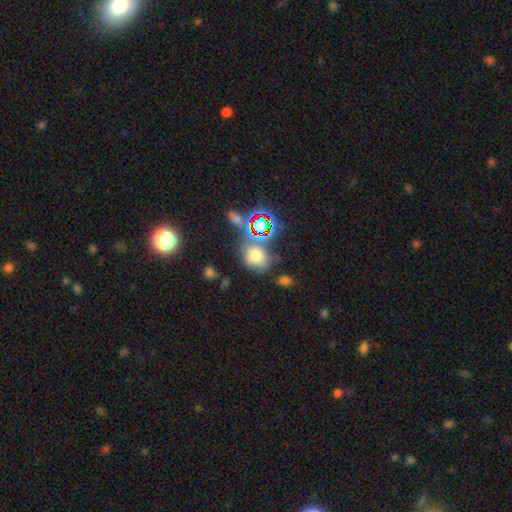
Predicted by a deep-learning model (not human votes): Q: Smooth or featured?
A: smooth (60%); runner-up: star or artifact (28%)
Q: How rounded?
A: in between (50%); runner-up: round (49%)
Q: Merging?
A: none (60%); runner-up: minor disturbance (18%)